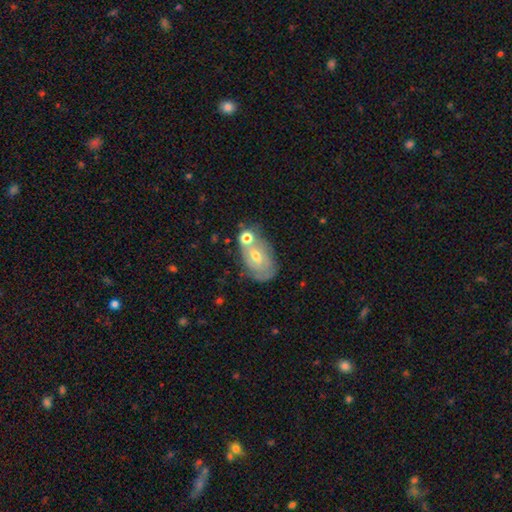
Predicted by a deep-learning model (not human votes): This appears to be a featured or disk galaxy (56%) with no bar (51%), spiral arms (66%) and a moderate central bulge (56%). Merging: none (41%).